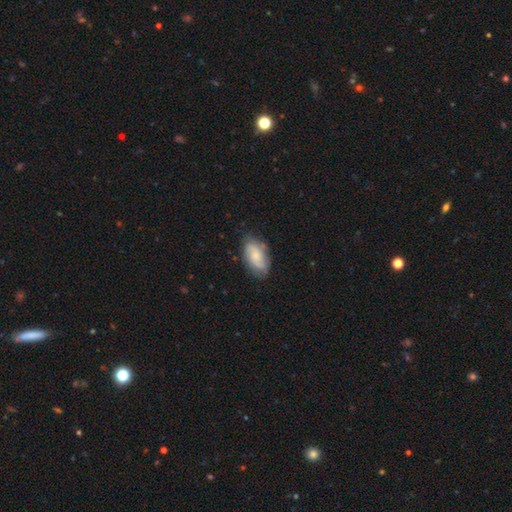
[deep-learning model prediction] Smooth or featured?
  - smooth: 50% *
  - featured or disk: 43%
  - star or artifact: 7%
Merging?
  - none: 70% *
  - minor disturbance: 22%
  - major disturbance: 6%
  - merger: 2%